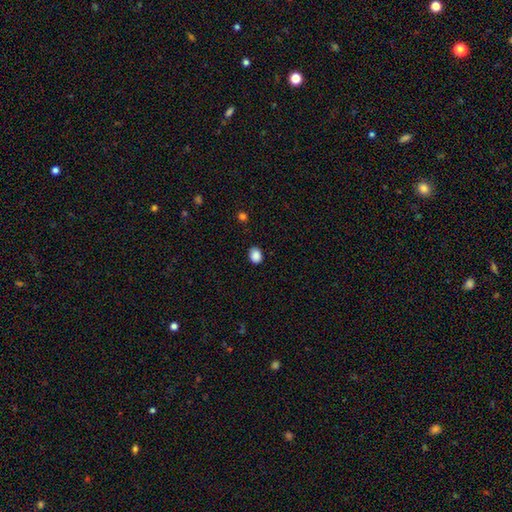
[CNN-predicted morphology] Smooth or featured?
  - smooth: 88% *
  - star or artifact: 9%
  - featured or disk: 3%
How rounded?
  - in between: 55% *
  - round: 44%
  - cigar-shaped: 1%
Merging?
  - none: 87% *
  - minor disturbance: 10%
  - major disturbance: 2%
  - merger: 1%